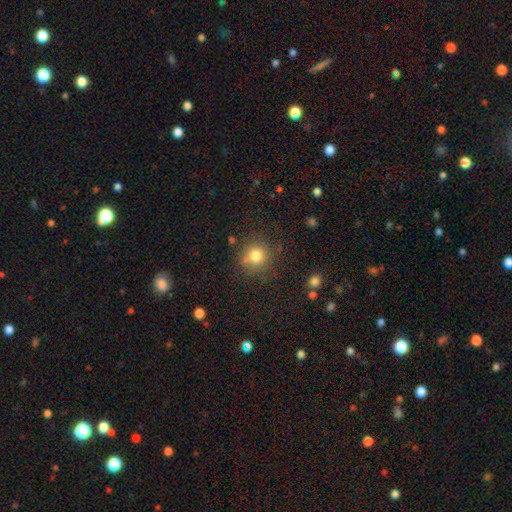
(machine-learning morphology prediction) Smooth or featured?
  - smooth: 80% *
  - star or artifact: 13%
  - featured or disk: 8%
How rounded?
  - round: 91% *
  - in between: 8%
  - cigar-shaped: 1%
Merging?
  - none: 77% *
  - minor disturbance: 12%
  - merger: 6%
  - major disturbance: 4%